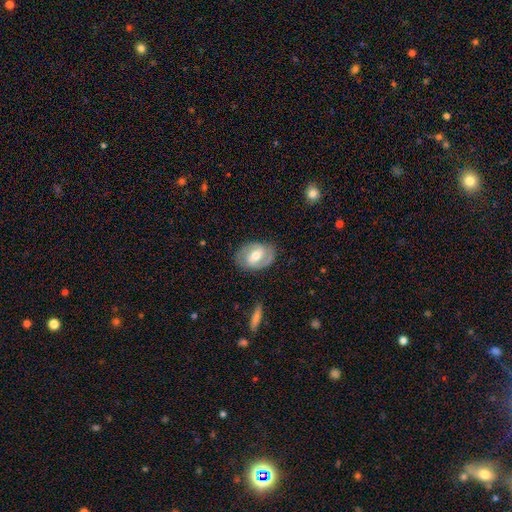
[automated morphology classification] type=featured or disk (71%); edge-on=no (96%); bar=weak (47%); spiral arms=yes (83%); winding=medium (46%); arm count=2 (82%); bulge=moderate (68%); merging=none (80%).